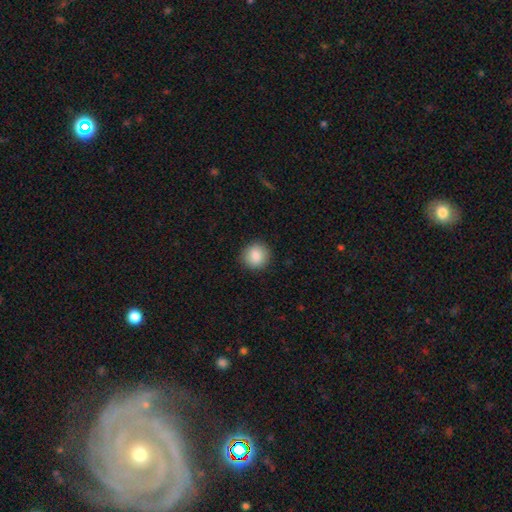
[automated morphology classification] This appears to be a smooth galaxy with no disk features (88%) that is round (90%). Merging: none (89%).